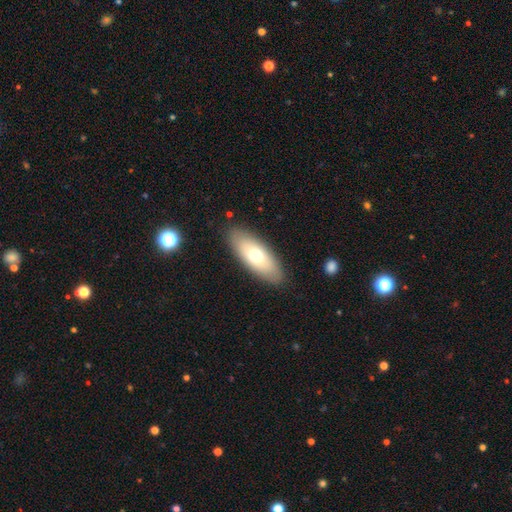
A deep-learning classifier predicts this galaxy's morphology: Smooth or featured? smooth (66%)
How rounded? in between (80%)
Merging? none (87%)